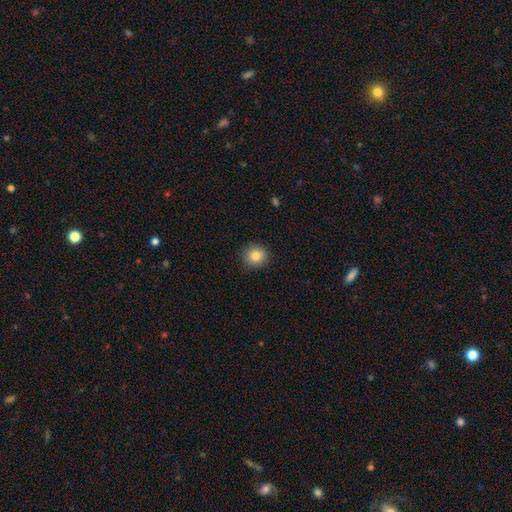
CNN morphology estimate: The model was most divided on "smooth or featured": smooth: 83%, star or artifact: 10%, featured or disk: 7%. More confident: merging — none (90%); how rounded — round (90%).